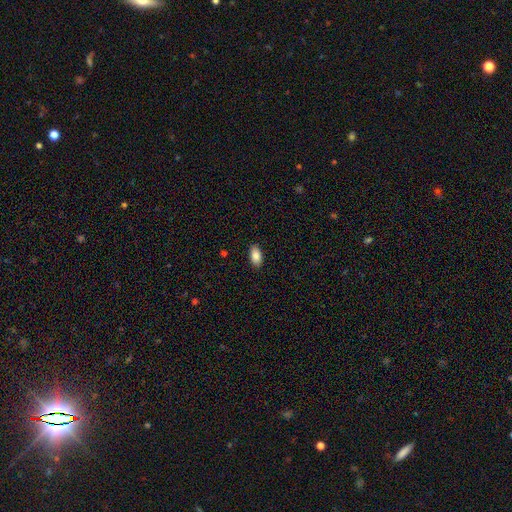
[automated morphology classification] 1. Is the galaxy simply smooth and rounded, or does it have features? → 86% smooth, 7% star or artifact, 7% featured or disk.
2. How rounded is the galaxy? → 93% in between, 4% round, 3% cigar-shaped.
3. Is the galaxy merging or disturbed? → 89% none, 8% minor disturbance, 2% major disturbance, 1% merger.